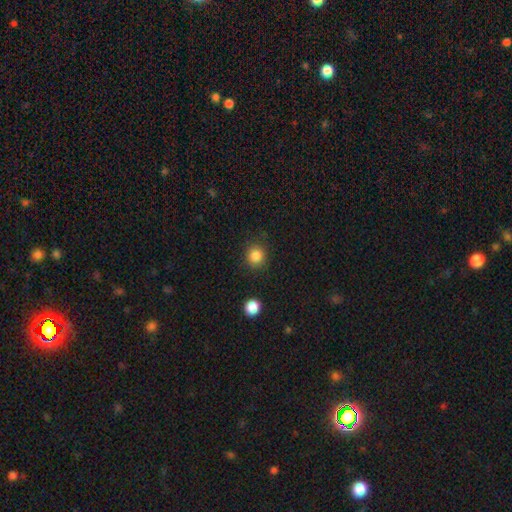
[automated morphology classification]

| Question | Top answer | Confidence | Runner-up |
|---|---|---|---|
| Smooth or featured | smooth | 85% | star or artifact (11%) |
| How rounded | round | 89% | in between (11%) |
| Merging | none | 87% | minor disturbance (8%) |